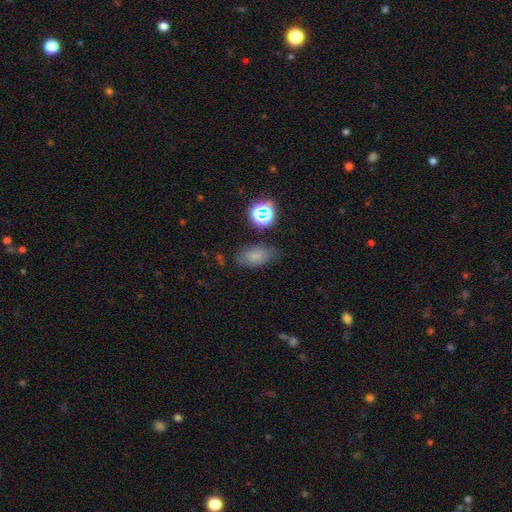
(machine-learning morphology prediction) Smooth or featured? Predicted: smooth (p=0.72). How rounded? Predicted: in between (p=0.86). Merging? Predicted: none (p=0.70).